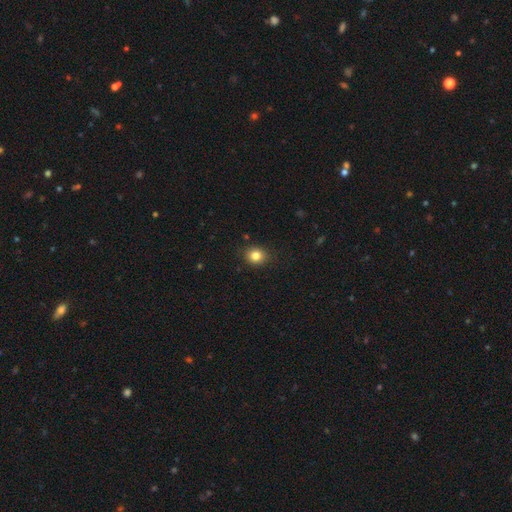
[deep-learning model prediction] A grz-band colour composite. It shows a smooth galaxy with no disk features (83%) that is round (73%). Merging: none (88%).